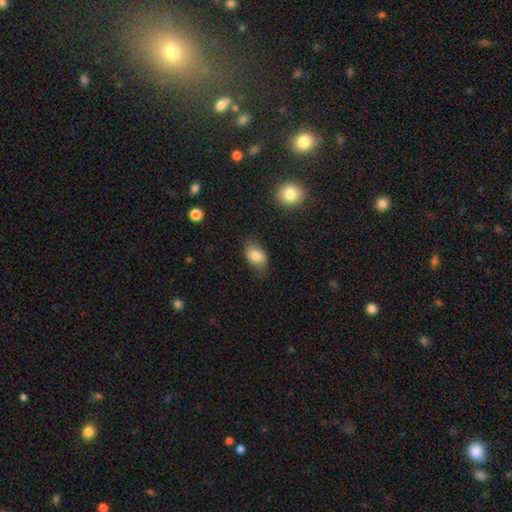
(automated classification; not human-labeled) Smooth or featured? Predicted: smooth (p=0.79). How rounded? Predicted: in between (p=0.84). Merging? Predicted: none (p=0.70).